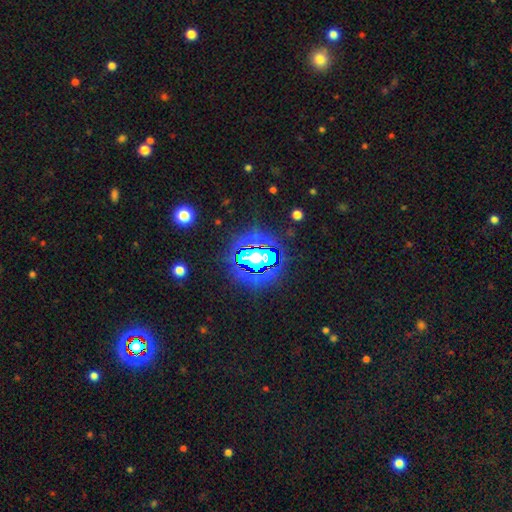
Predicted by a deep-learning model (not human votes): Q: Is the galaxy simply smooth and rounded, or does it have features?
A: star or artifact — 72%.